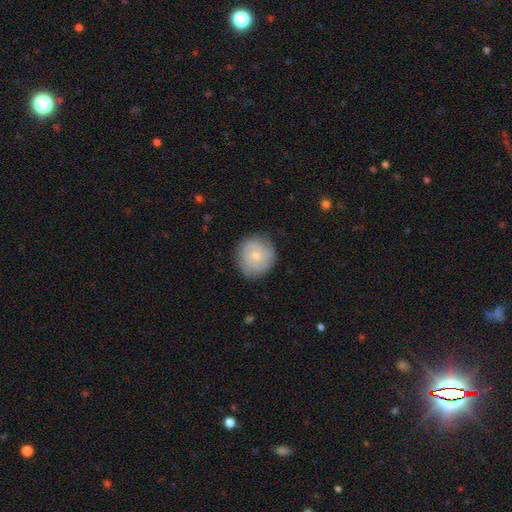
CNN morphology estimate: A featured or disk galaxy (51%). Merging: none (80%).